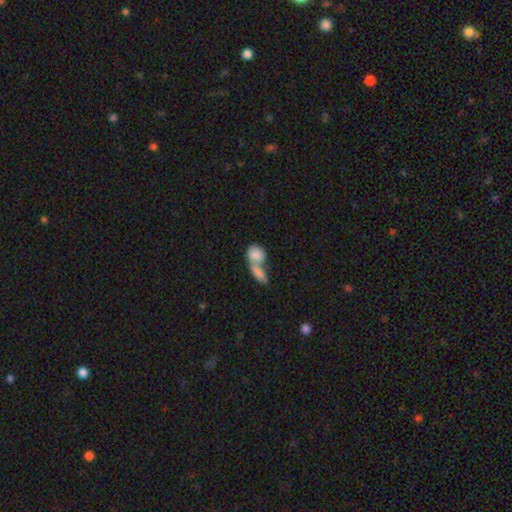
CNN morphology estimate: A smooth galaxy with no disk features (82%) that is in between round and cigar-shaped (67%). Merging: merger (73%).